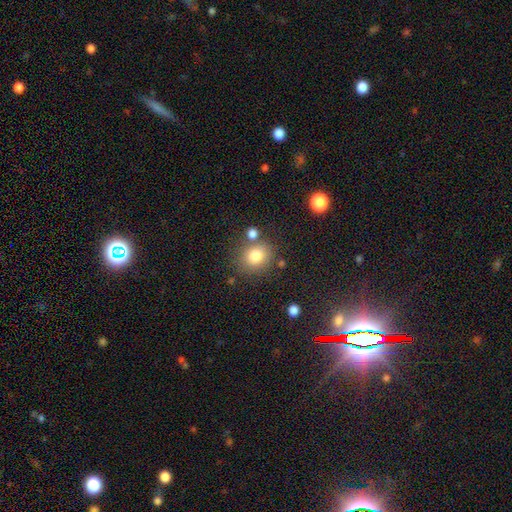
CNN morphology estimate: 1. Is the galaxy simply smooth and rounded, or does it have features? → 80% smooth, 11% star or artifact, 9% featured or disk.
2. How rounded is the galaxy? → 76% round, 23% in between, 1% cigar-shaped.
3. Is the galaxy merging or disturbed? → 72% none, 12% minor disturbance, 12% merger, 4% major disturbance.